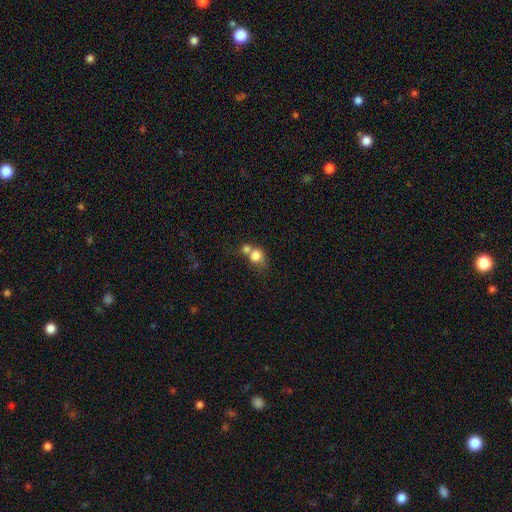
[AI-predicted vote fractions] A smooth galaxy with no disk features (78%) that is round (70%).

Vote fractions:
- Smooth or featured? smooth: 78% / featured or disk: 12% / star or artifact: 10%
- How rounded? round: 70% / in between: 29% / cigar-shaped: 1%
- Merging? merger: 58% / none: 27% / minor disturbance: 9% / major disturbance: 6%